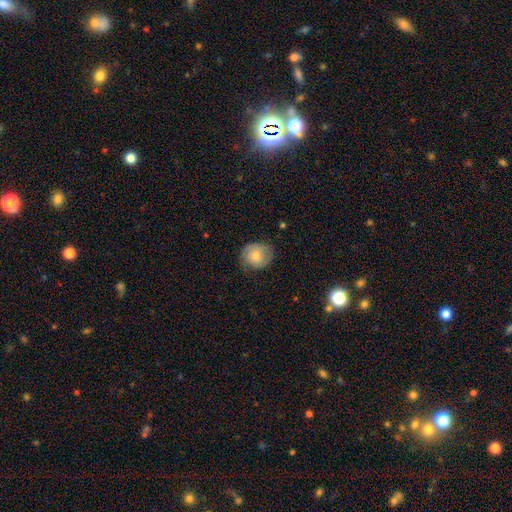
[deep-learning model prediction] The model was most divided on "smooth or featured": smooth: 58%, featured or disk: 34%, star or artifact: 7%. More confident: how rounded — round (71%); merging — none (65%).